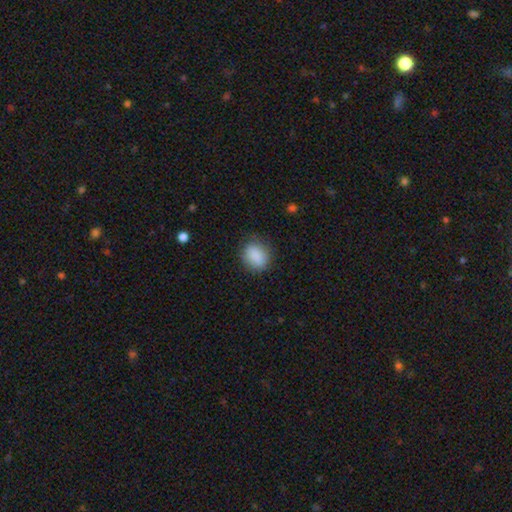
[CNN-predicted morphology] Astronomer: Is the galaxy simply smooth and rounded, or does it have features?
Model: smooth — 88%.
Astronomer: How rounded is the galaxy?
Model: in between — 52% (runner-up: round, 46%).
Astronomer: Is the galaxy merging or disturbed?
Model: none — 80%.